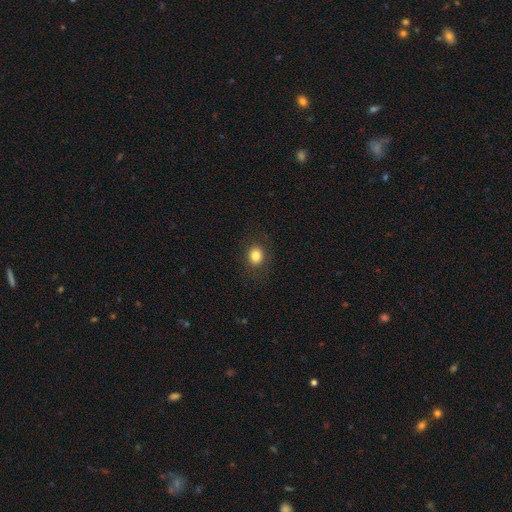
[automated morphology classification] This appears to be a smooth galaxy with no disk features (83%) that is round (64%). Merging: none (86%).